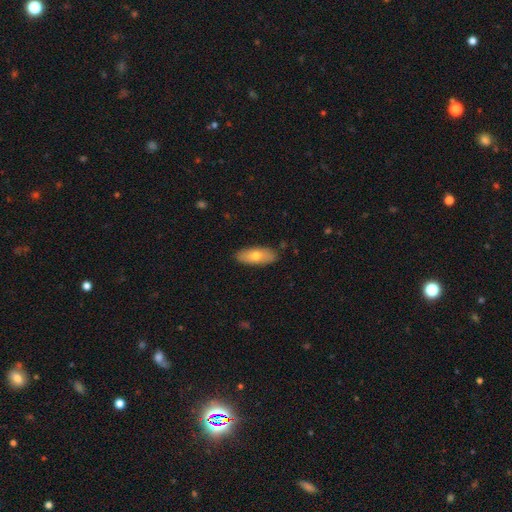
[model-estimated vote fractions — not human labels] Smooth or featured?
  - smooth: 69% *
  - featured or disk: 25%
  - star or artifact: 6%
How rounded?
  - in between: 79% *
  - cigar-shaped: 18%
  - round: 3%
Merging?
  - none: 88% *
  - minor disturbance: 9%
  - major disturbance: 2%
  - merger: 1%